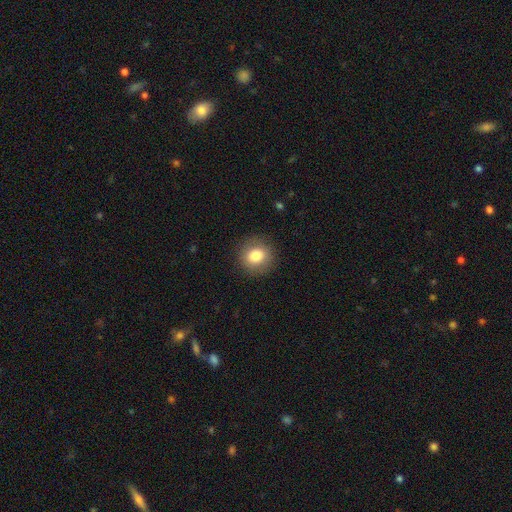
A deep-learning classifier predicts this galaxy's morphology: smooth_or_featured: smooth (p=0.81) [alt: featured or disk p=0.10]
how_rounded: round (p=0.85) [alt: in between p=0.14]
merging: none (p=0.89) [alt: minor disturbance p=0.07]